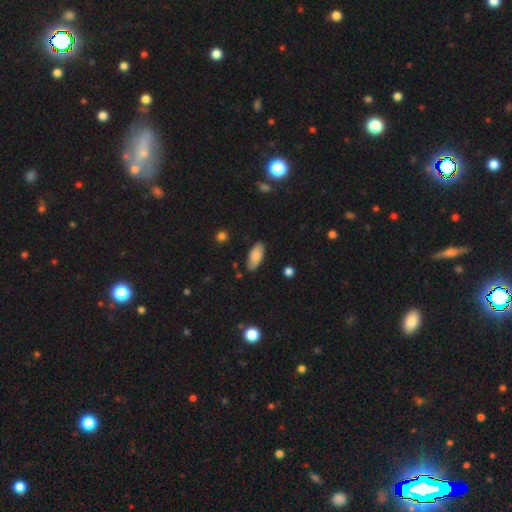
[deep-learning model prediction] Smooth or featured: smooth — 82% (featured or disk — 11%)
How rounded: in between — 88% (cigar-shaped — 10%)
Merging: none — 82% (minor disturbance — 14%)